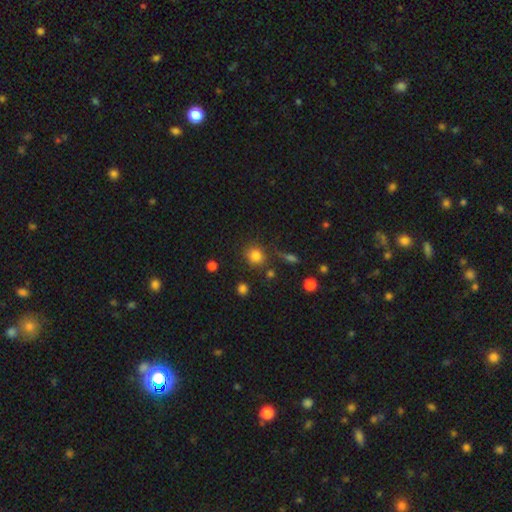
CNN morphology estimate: A smooth galaxy with no disk features (81%) that is round (81%).

Vote fractions:
- Smooth or featured? smooth: 81% / star or artifact: 13% / featured or disk: 7%
- How rounded? round: 81% / in between: 17% / cigar-shaped: 1%
- Merging? none: 78% / minor disturbance: 12% / merger: 6% / major disturbance: 5%